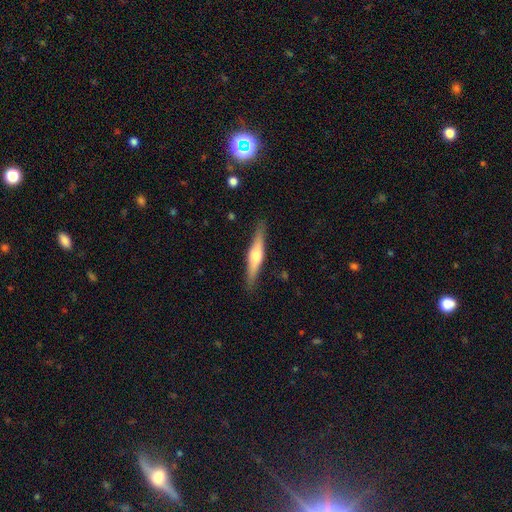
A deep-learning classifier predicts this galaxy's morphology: Smooth or featured? Predicted: featured or disk (p=0.61). Edge-on disk? Predicted: yes (p=0.97). Edge-on bulge? Predicted: rounded (p=0.88). Merging? Predicted: none (p=0.88).